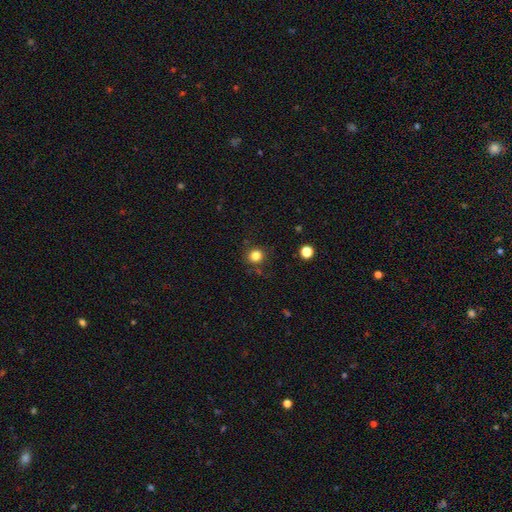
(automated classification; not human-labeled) Overall: smooth (82%). How rounded: round (90%). Merging: none (84%).